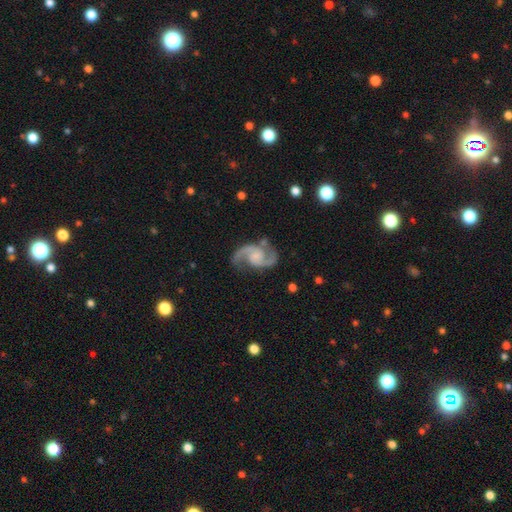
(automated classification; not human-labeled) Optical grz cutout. It shows a featured or disk galaxy (92%) with no bar (57%), 2 (94%) medium (57%) spiral arms (98%) and no central bulge (37%). Merging: none (77%).